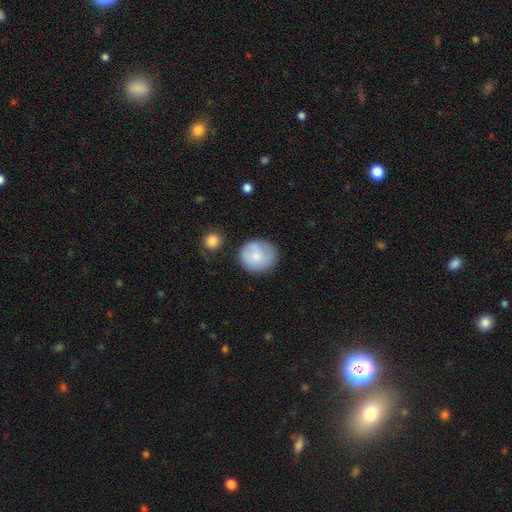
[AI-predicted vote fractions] A smooth galaxy with no disk features (76%) that is round (84%). Merging: none (70%).